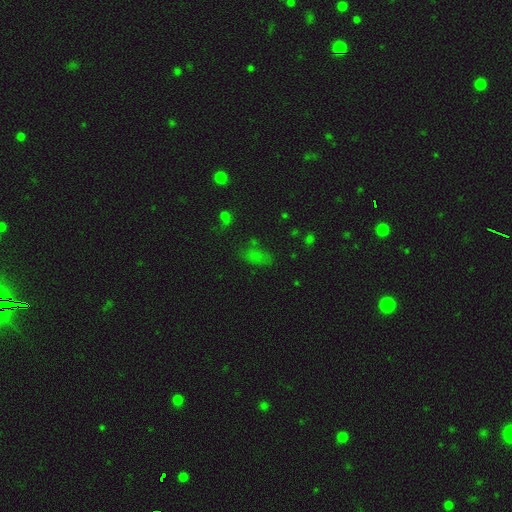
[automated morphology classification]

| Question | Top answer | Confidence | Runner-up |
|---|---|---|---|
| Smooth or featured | smooth | 62% | star or artifact (28%) |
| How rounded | in between | 83% | round (9%) |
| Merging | none | 57% | minor disturbance (22%) |